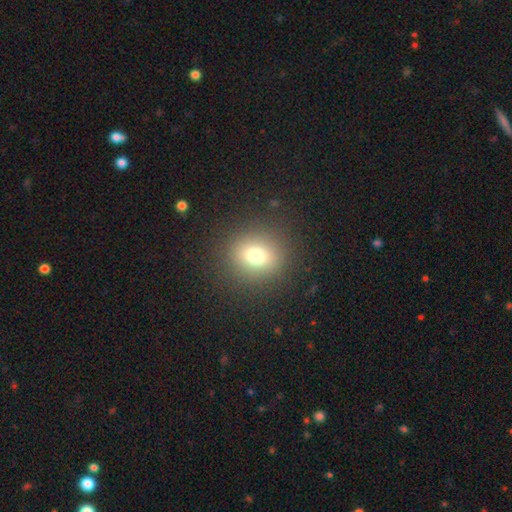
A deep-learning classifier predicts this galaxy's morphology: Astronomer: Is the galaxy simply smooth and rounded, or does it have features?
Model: smooth — 73%.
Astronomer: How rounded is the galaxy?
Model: round — 77%.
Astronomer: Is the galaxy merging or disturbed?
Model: none — 88%.